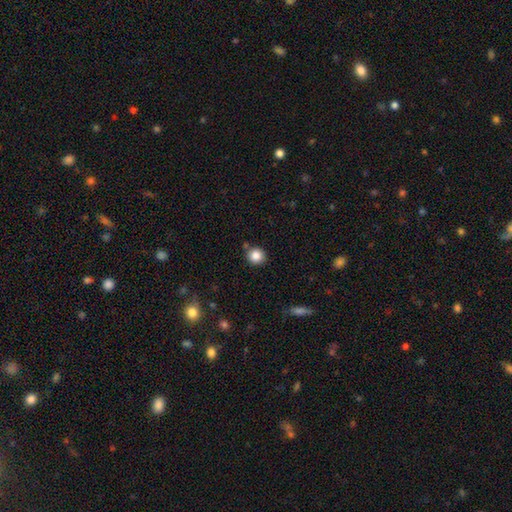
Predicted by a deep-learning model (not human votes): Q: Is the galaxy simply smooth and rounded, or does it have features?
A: smooth — 84%.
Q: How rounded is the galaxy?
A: round — 89%.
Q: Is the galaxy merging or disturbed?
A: none — 83%.